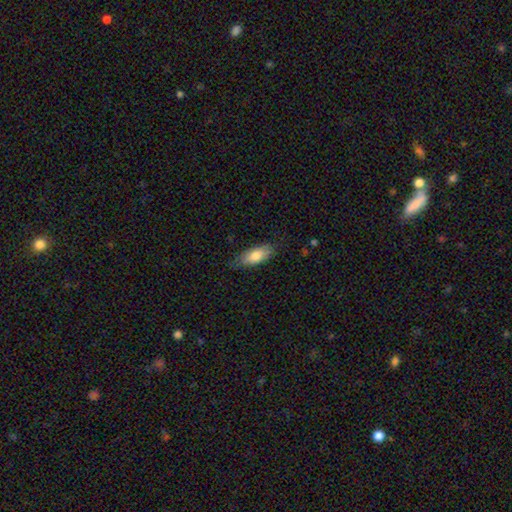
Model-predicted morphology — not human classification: Smooth or featured?
  - smooth: 80% *
  - featured or disk: 14%
  - star or artifact: 6%
How rounded?
  - in between: 80% *
  - cigar-shaped: 18%
  - round: 2%
Merging?
  - none: 75% *
  - minor disturbance: 21%
  - major disturbance: 4%
  - merger: 1%